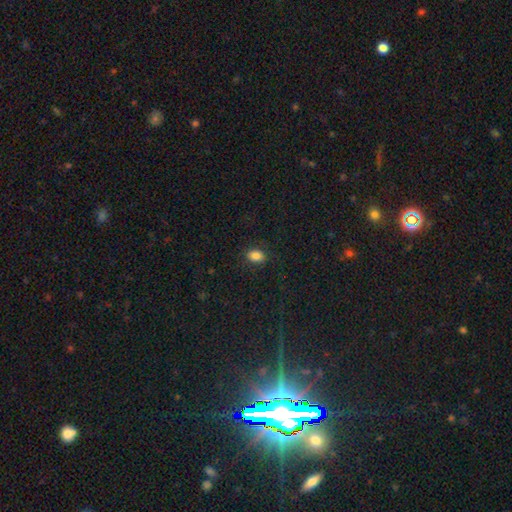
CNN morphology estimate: Smooth or featured? smooth (85%)
How rounded? in between (76%)
Merging? none (86%)